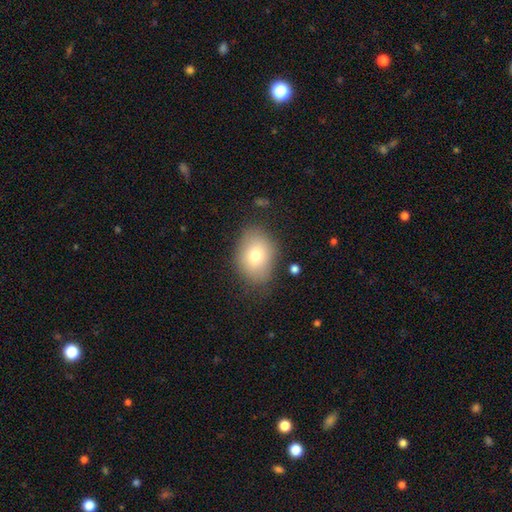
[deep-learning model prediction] This is likely a smooth galaxy (75%). How rounded: likely in between (68%). Merging: likely none (78%).